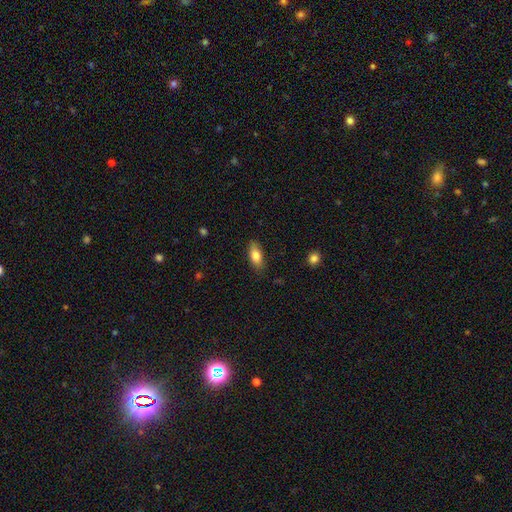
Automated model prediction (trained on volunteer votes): This appears to be a smooth galaxy with no disk features (80%) that is in between round and cigar-shaped (83%). Merging: none (84%).